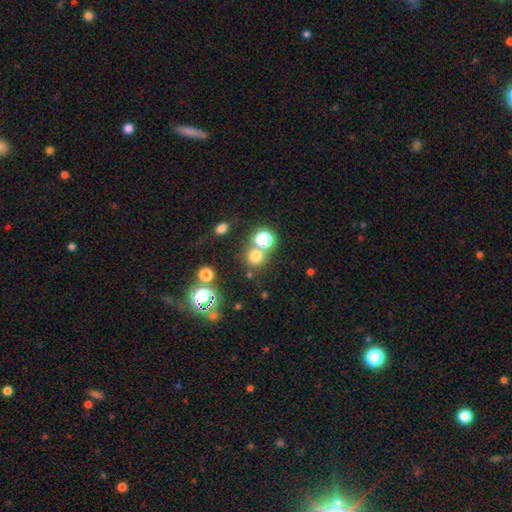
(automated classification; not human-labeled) Smooth or featured?
  - smooth: 67% *
  - star or artifact: 26%
  - featured or disk: 8%
How rounded?
  - round: 90% *
  - in between: 9%
  - cigar-shaped: 1%
Merging?
  - none: 70% *
  - merger: 19%
  - minor disturbance: 8%
  - major disturbance: 4%